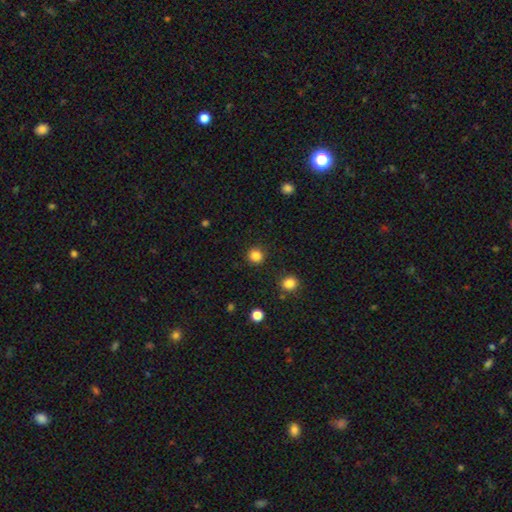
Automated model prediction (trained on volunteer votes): Smooth or featured? Predicted: smooth (p=0.84). How rounded? Predicted: round (p=0.94). Merging? Predicted: none (p=0.92).